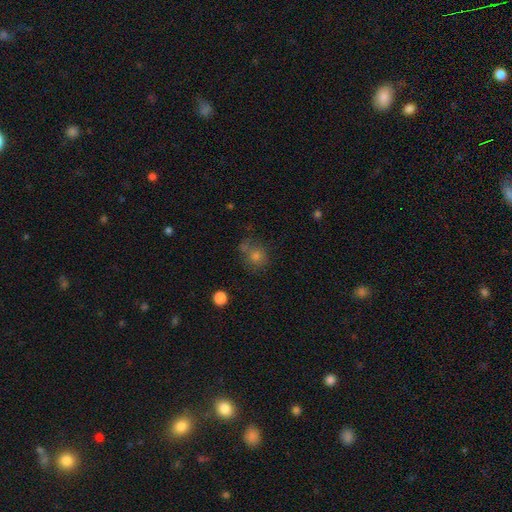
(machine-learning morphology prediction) smooth_or_featured: smooth (p=0.66) [alt: star or artifact p=0.21]
how_rounded: round (p=0.83) [alt: in between p=0.16]
merging: none (p=0.61) [alt: minor disturbance p=0.17]